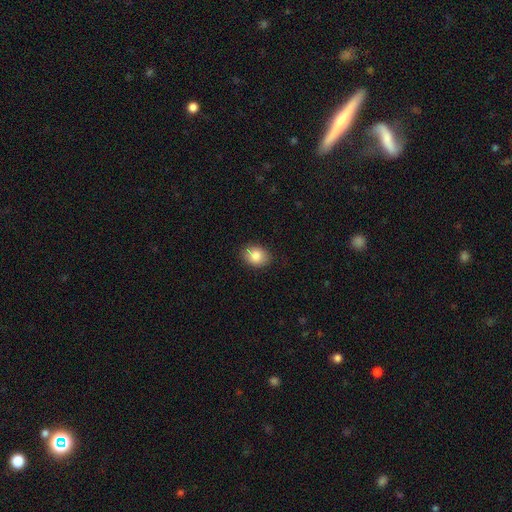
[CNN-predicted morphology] type=smooth (85%); roundness=in between (59%); merging=none (84%).